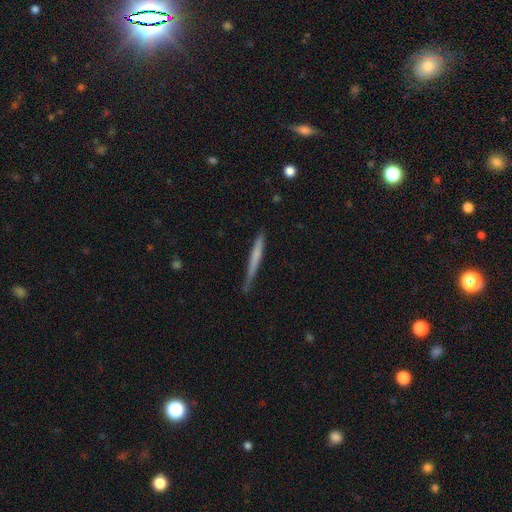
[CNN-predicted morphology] smooth_or_featured: smooth (p=0.59) [alt: featured or disk p=0.35]
how_rounded: cigar-shaped (p=0.96) [alt: in between p=0.02]
merging: none (p=0.72) [alt: minor disturbance p=0.22]